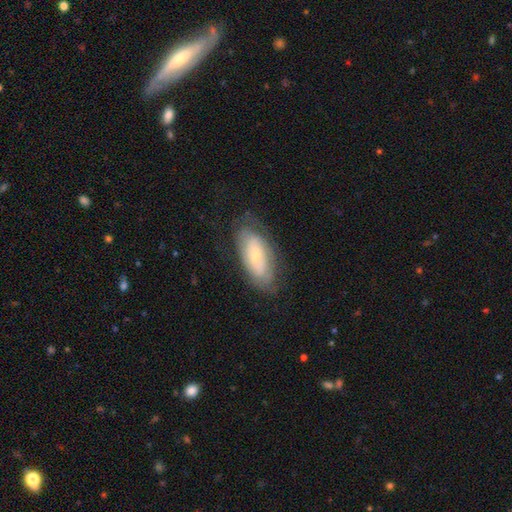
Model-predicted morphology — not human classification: This appears to be a featured or disk galaxy (48%). Merging: none (70%).